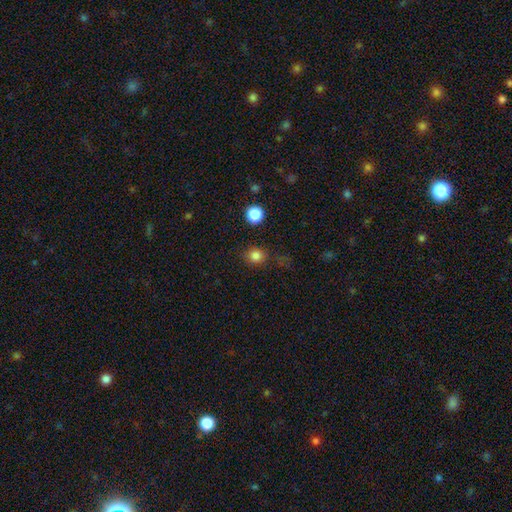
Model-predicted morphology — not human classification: Q: Smooth or featured?
A: smooth (81%); runner-up: star or artifact (15%)
Q: How rounded?
A: round (85%); runner-up: in between (14%)
Q: Merging?
A: none (80%); runner-up: minor disturbance (12%)